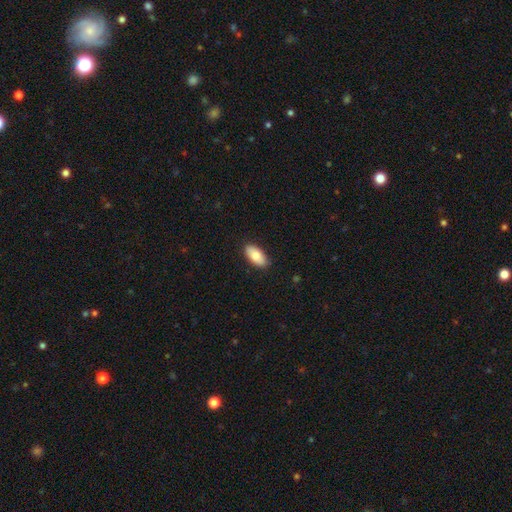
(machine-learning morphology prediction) Smooth or featured: smooth — 80% (featured or disk — 13%)
How rounded: in between — 92% (cigar-shaped — 5%)
Merging: none — 87% (minor disturbance — 10%)